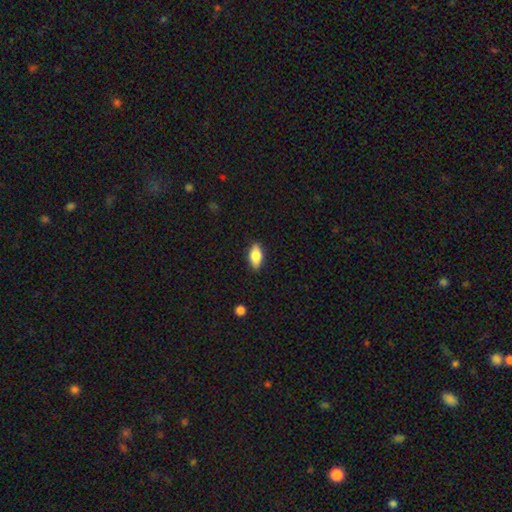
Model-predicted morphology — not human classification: smooth_or_featured: smooth (p=0.77) [alt: featured or disk p=0.16]
how_rounded: in between (p=0.87) [alt: cigar-shaped p=0.09]
merging: none (p=0.86) [alt: minor disturbance p=0.11]